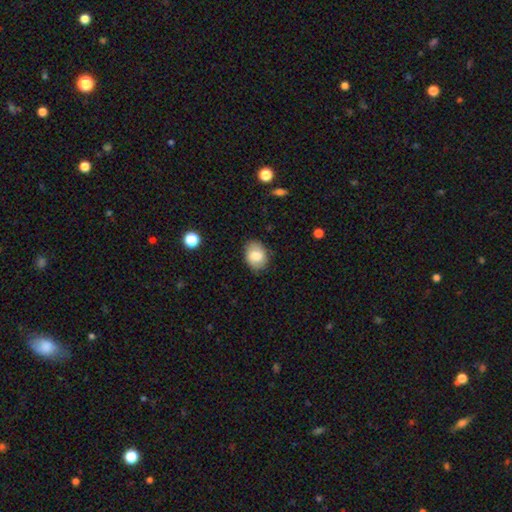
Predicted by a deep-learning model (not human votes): Q: Smooth or featured?
A: smooth (81%); runner-up: featured or disk (12%)
Q: How rounded?
A: in between (69%); runner-up: round (30%)
Q: Merging?
A: none (82%); runner-up: minor disturbance (14%)